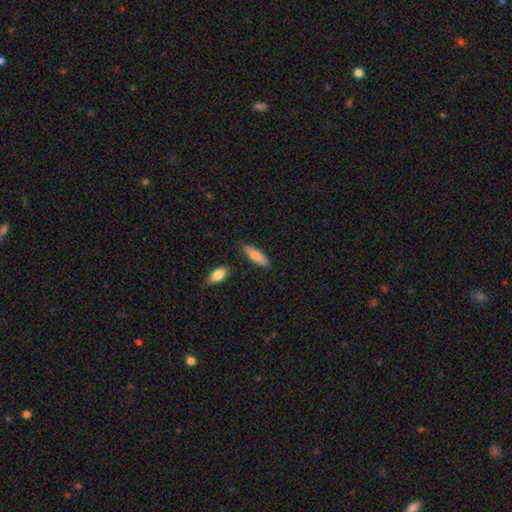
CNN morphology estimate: Smooth or featured? Predicted: smooth (p=0.84). How rounded? Predicted: cigar-shaped (p=0.51). Merging? Predicted: none (p=0.83).